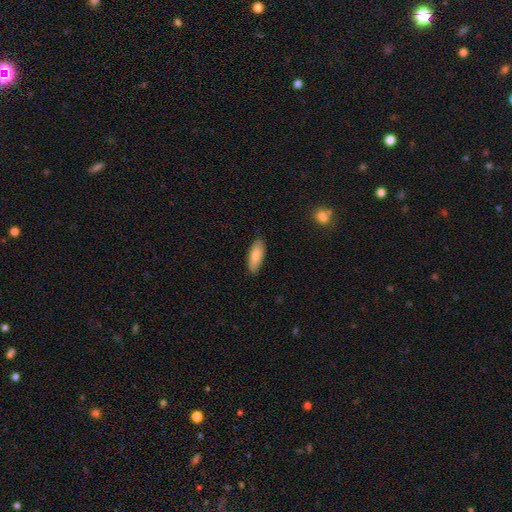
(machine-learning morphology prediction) Smooth or featured? smooth (85%)
How rounded? in between (68%)
Merging? none (85%)